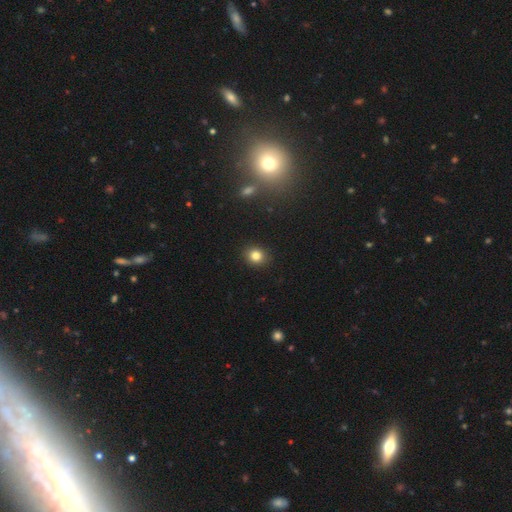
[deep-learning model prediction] smooth-or-featured: smooth: 82% | star or artifact: 12% | featured or disk: 6%
  how-rounded: round: 78% | in between: 21% | cigar-shaped: 1%
  merging: none: 91% | minor disturbance: 6% | major disturbance: 2% | merger: 1%